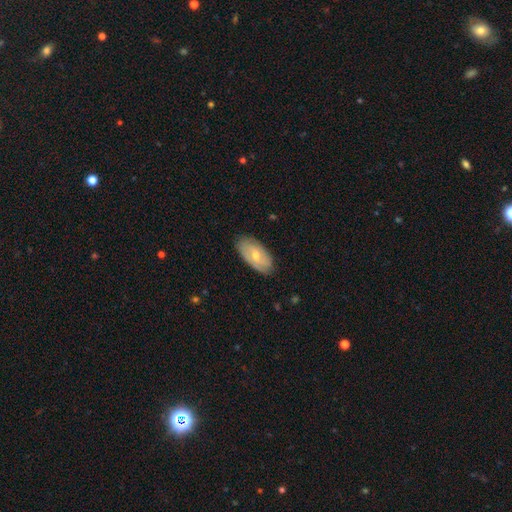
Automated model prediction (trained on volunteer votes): This appears to be a featured or disk galaxy (48%). Merging: none (81%).